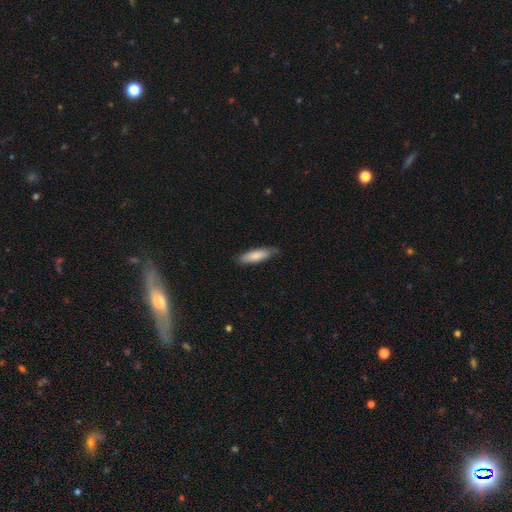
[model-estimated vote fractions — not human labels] A smooth galaxy with no disk features (84%) that is cigar-shaped (59%).

Vote fractions:
- Smooth or featured? smooth: 84% / featured or disk: 11% / star or artifact: 6%
- How rounded? cigar-shaped: 59% / in between: 40% / round: 1%
- Merging? none: 80% / minor disturbance: 16% / major disturbance: 2% / merger: 1%